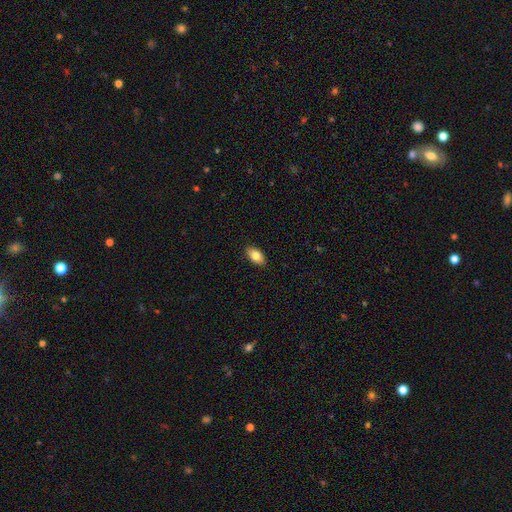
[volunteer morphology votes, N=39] smooth_or_featured: smooth (p=0.87) [alt: featured or disk p=0.10]
how_rounded: in between (p=0.97) [alt: cigar-shaped p=0.03]
merging: none (p=0.97) [alt: minor disturbance p=0.03]